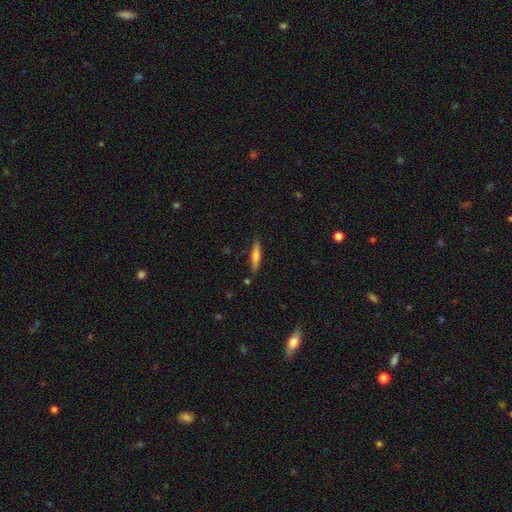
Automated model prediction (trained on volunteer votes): smooth 63%, featured or disk 30%, star or artifact 6%. Down the decision tree: how rounded — cigar-shaped (89%); merging — none (85%).